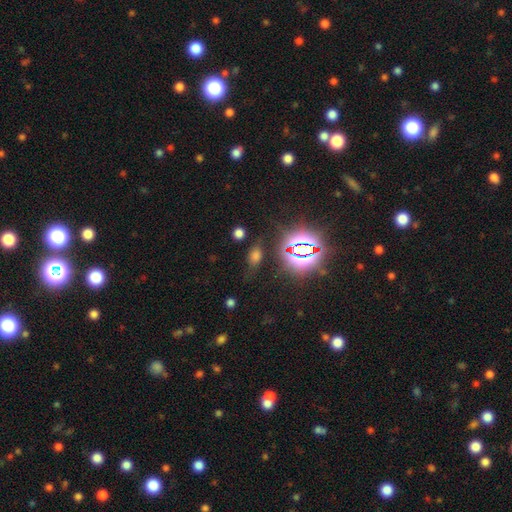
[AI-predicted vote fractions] Morphology: type=smooth (54%); roundness=in between (78%); merging=none (70%).